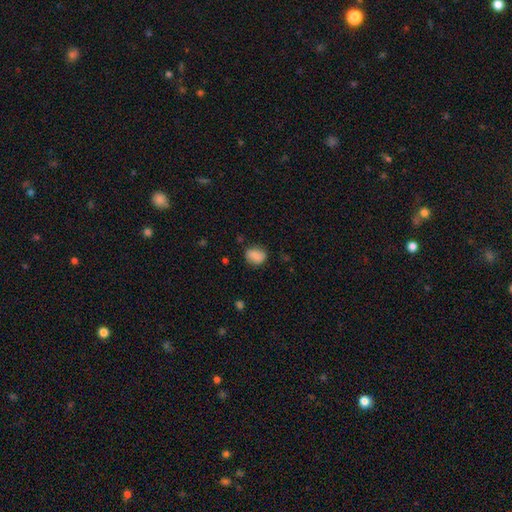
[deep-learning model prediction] Q: Smooth or featured?
A: smooth (81%); runner-up: featured or disk (11%)
Q: How rounded?
A: in between (53%); runner-up: round (45%)
Q: Merging?
A: none (75%); runner-up: minor disturbance (19%)